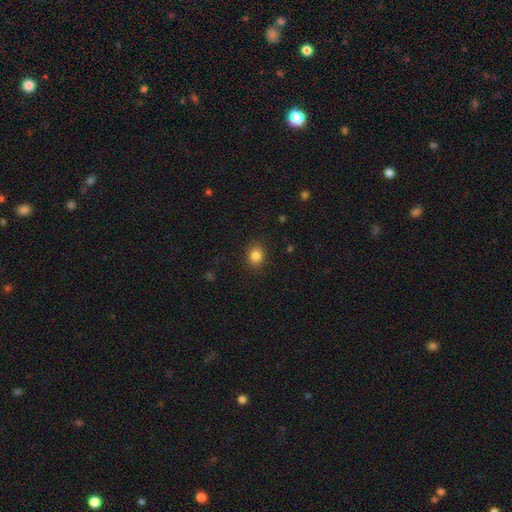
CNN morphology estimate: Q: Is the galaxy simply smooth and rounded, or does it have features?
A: smooth — 84%.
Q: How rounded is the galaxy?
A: round — 59%.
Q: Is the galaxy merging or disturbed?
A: none — 89%.